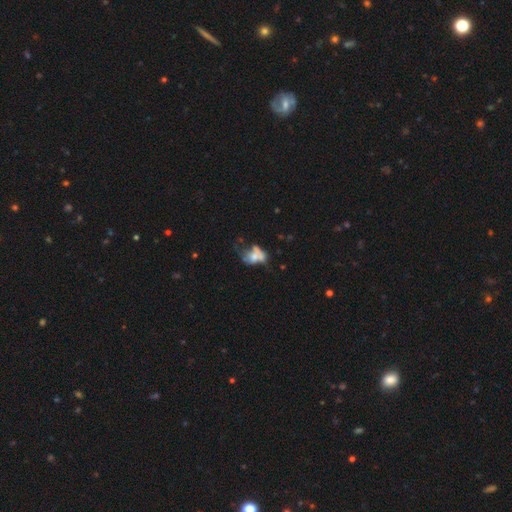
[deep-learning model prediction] featured or disk 45%, smooth 43%, star or artifact 12%. Down the decision tree: merging — major disturbance (34%).